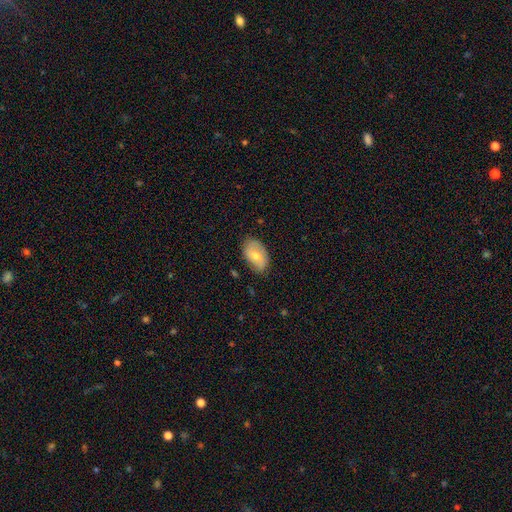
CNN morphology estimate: type=smooth (67%); roundness=in between (91%); merging=none (76%).